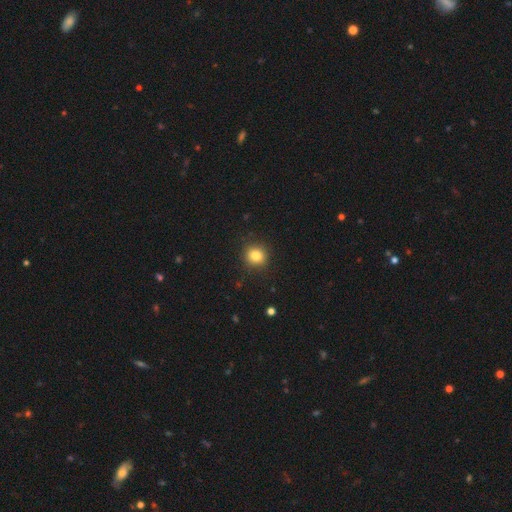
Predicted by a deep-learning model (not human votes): Smooth or featured: smooth — 83% (star or artifact — 12%)
How rounded: round — 88% (in between — 11%)
Merging: none — 89% (minor disturbance — 8%)